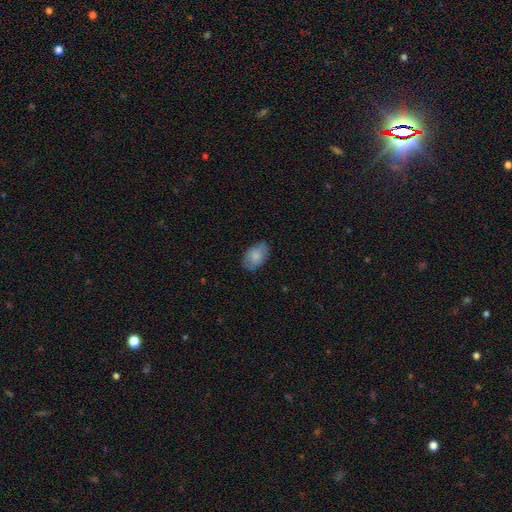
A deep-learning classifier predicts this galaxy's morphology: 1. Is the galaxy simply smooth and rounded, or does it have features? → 80% smooth, 13% featured or disk, 7% star or artifact.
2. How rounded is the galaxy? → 89% in between, 10% round, 1% cigar-shaped.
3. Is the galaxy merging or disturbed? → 75% none, 19% minor disturbance, 4% major disturbance, 1% merger.